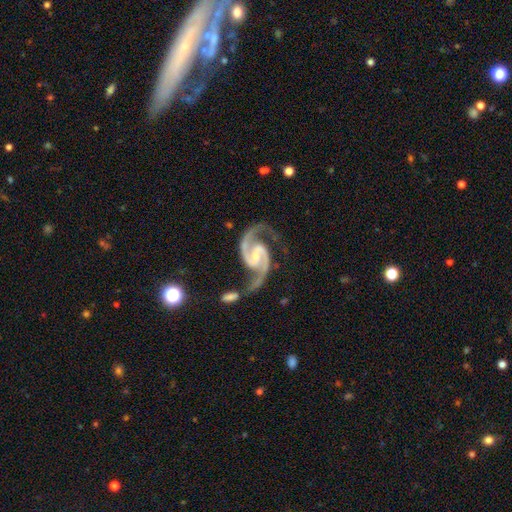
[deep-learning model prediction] This appears to be a featured or disk galaxy (94%) with a weak bar (49%), 2 (94%) medium (59%) spiral arms (99%) and a small central bulge (59%). Merging: none (60%).